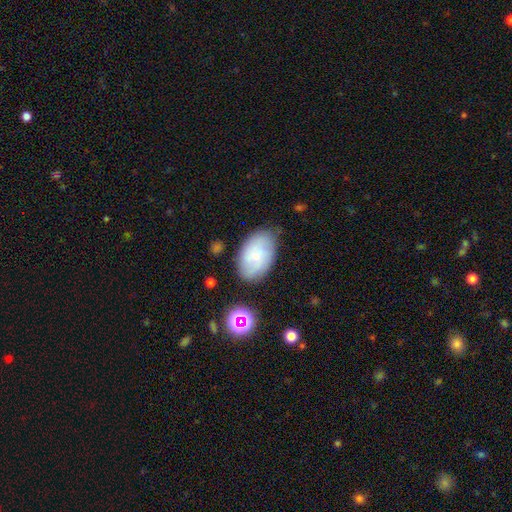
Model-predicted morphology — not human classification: type=smooth (62%); roundness=in between (89%); merging=none (74%).